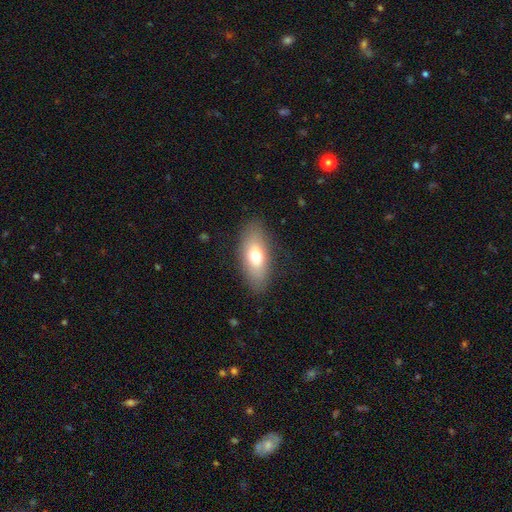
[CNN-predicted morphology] This is likely a smooth galaxy (69%). How rounded: clearly in between (81%). Merging: clearly none (85%).